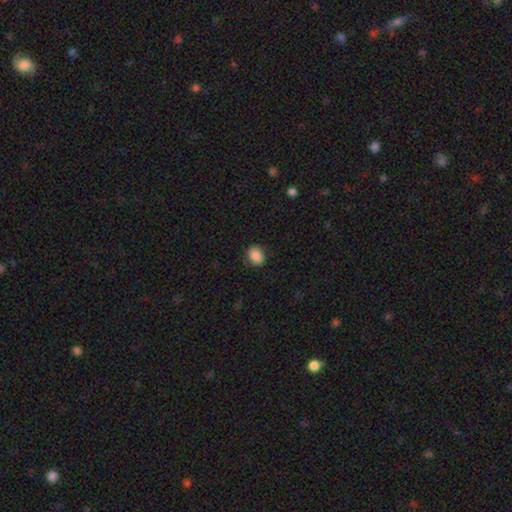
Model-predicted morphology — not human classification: Overall: smooth (86%). How rounded: round (50%; in between 49%). Merging: none (86%).